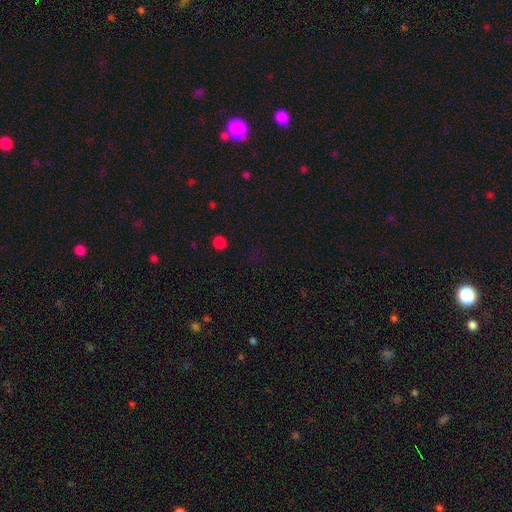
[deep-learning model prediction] smooth-or-featured: star or artifact: 47% (tied) | smooth: 47% (tied) | featured or disk: 6%